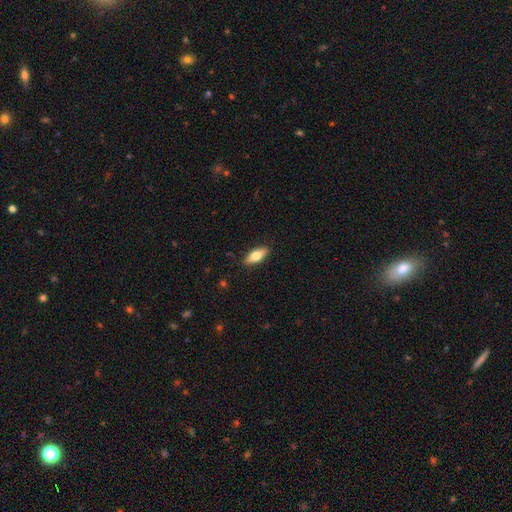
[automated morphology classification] Q: Smooth or featured?
A: smooth (67%); runner-up: featured or disk (26%)
Q: How rounded?
A: in between (72%); runner-up: cigar-shaped (25%)
Q: Merging?
A: none (88%); runner-up: minor disturbance (9%)